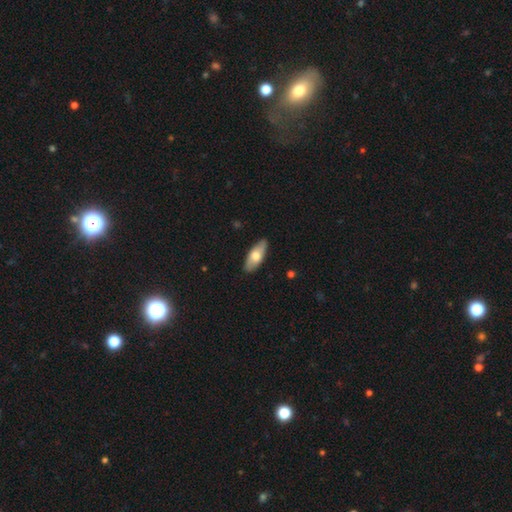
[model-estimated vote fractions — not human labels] This appears to be a smooth galaxy with no disk features (64%) that is in between round and cigar-shaped (80%). Merging: none (86%).